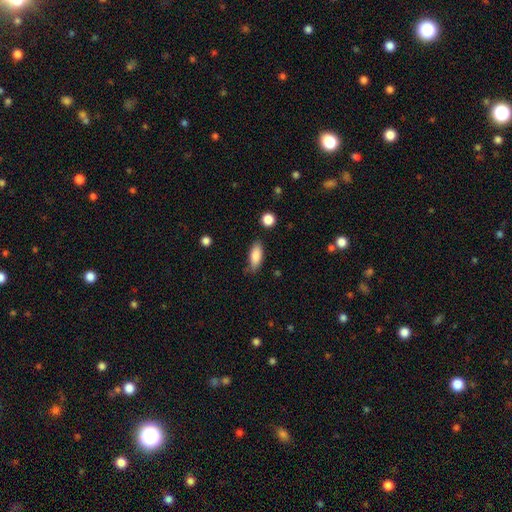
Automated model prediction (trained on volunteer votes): Smooth or featured?
  - smooth: 85% *
  - featured or disk: 8%
  - star or artifact: 7%
How rounded?
  - in between: 78% *
  - cigar-shaped: 19%
  - round: 2%
Merging?
  - none: 74% *
  - minor disturbance: 20%
  - major disturbance: 4%
  - merger: 3%